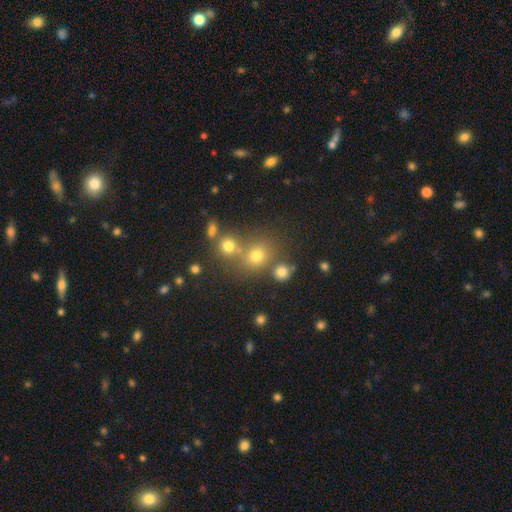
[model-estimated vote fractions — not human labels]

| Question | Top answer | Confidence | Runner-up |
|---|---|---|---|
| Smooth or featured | smooth | 52% | star or artifact (36%) |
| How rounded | round | 84% | in between (14%) |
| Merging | none | 53% | merger (36%) |